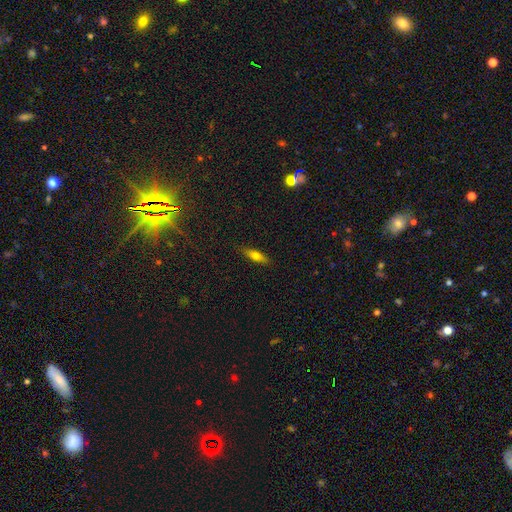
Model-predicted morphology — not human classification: type=smooth (59%); roundness=cigar-shaped (61%); merging=none (87%).